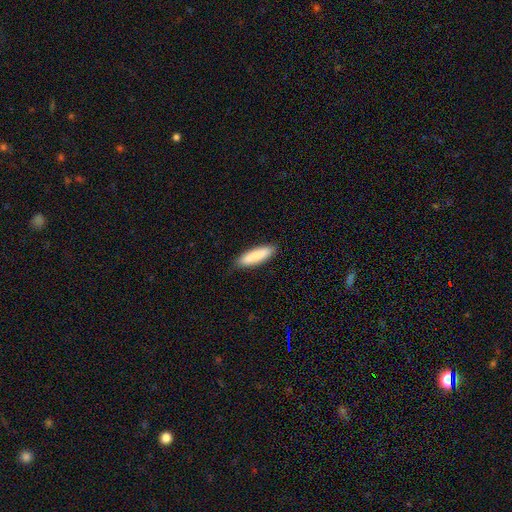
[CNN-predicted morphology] Smooth or featured?
  - smooth: 86% *
  - featured or disk: 9%
  - star or artifact: 5%
How rounded?
  - cigar-shaped: 69% *
  - in between: 30%
  - round: 1%
Merging?
  - none: 88% *
  - minor disturbance: 9%
  - major disturbance: 2%
  - merger: 1%